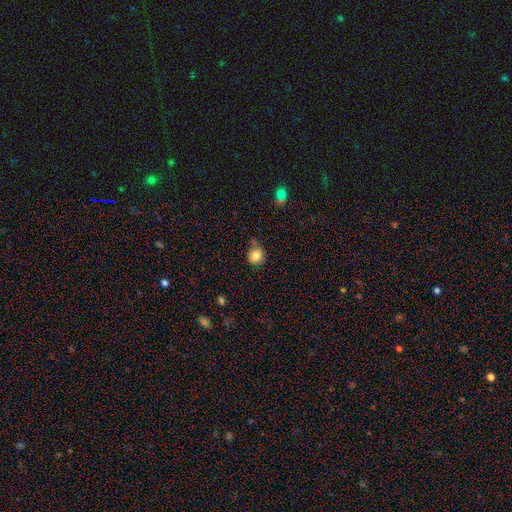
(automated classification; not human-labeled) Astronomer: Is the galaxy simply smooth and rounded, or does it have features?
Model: smooth — 83%.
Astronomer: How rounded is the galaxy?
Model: round — 85%.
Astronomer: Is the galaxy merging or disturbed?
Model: none — 74%.